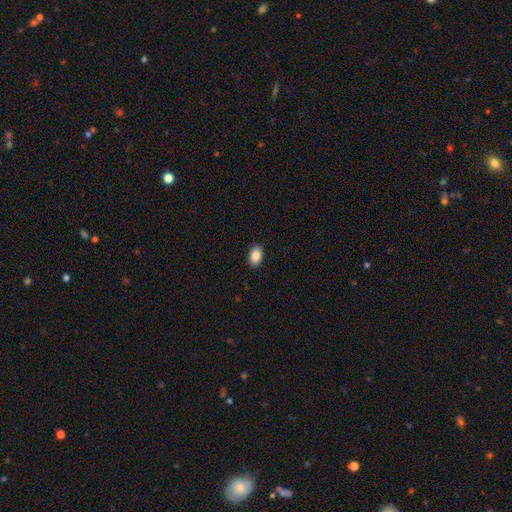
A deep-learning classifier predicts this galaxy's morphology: This is clearly a smooth galaxy (88%). How rounded: clearly in between (90%). Merging: clearly none (90%).